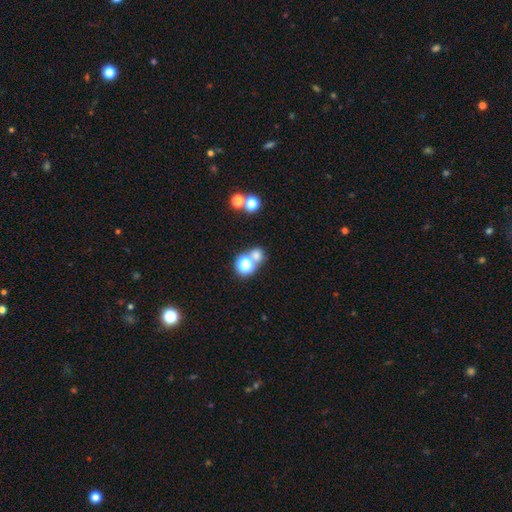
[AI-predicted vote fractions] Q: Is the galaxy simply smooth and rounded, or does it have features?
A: smooth — 67%.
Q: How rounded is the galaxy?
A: round — 80%.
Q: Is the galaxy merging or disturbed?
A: none — 54%.